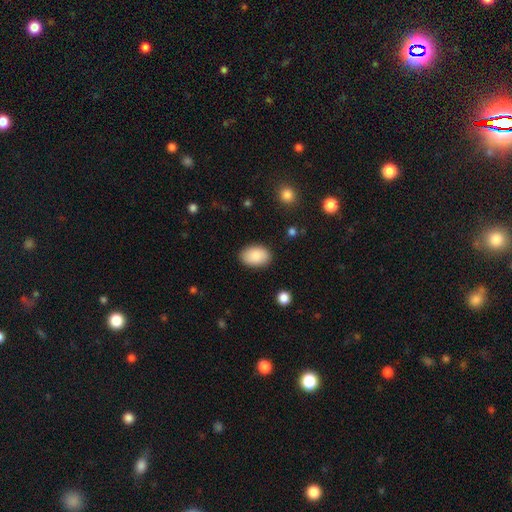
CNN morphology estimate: The model was most divided on "merging": none: 87%, minor disturbance: 9%, major disturbance: 2%, merger: 1%. More confident: smooth or featured — smooth (89%); how rounded — in between (89%).